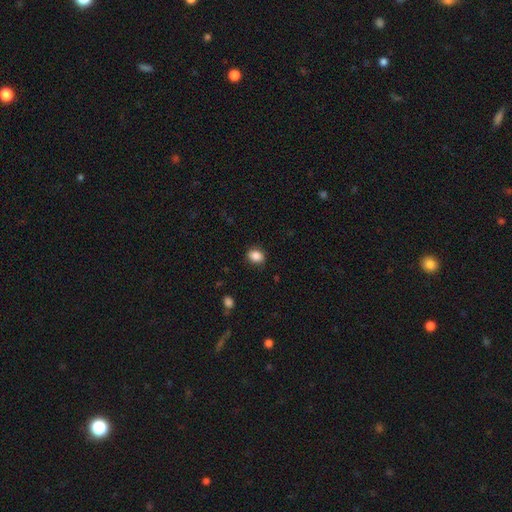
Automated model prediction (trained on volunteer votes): A smooth galaxy with no disk features (87%) that is in between round and cigar-shaped (54%). Merging: none (85%).